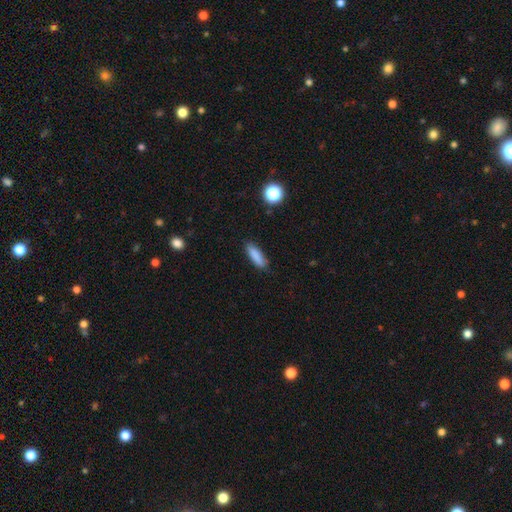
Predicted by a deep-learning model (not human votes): smooth-or-featured: smooth: 85% | star or artifact: 8% | featured or disk: 7%
  how-rounded: cigar-shaped: 57% | in between: 41% | round: 2%
  merging: none: 84% | minor disturbance: 12% | major disturbance: 2% | merger: 2%